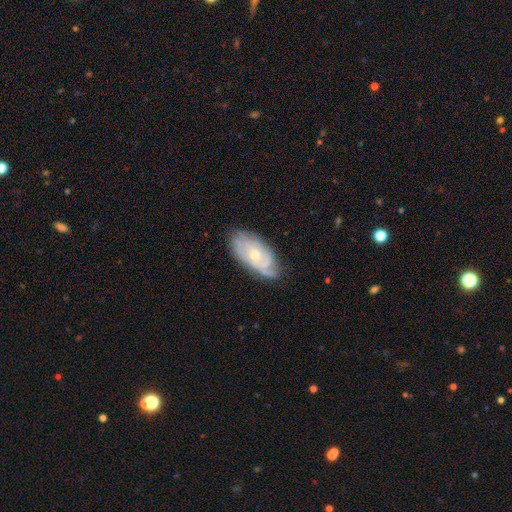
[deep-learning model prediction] A featured or disk galaxy (68%) with no bar (76%), tight (56%) spiral arms (83%) and a small central bulge (56%).

Vote fractions:
- Smooth or featured? featured or disk: 68% / smooth: 25% / star or artifact: 7%
- Edge-on disk? no: 92% / yes: 8%
- Bar? no: 76% / weak: 20% / strong: 3%
- Spiral arms? yes: 83% / no: 17%
- Spiral winding? tight: 56% / medium: 31% / loose: 13%
- Spiral arm count? can't tell: 47% / 2: 22% / 3: 15% / 1: 7% / 4: 6% / more than 4: 3%
- Bulge size? small: 56% / moderate: 41% / large: 1% / none: 1% / dominant: 1%
- Merging? none: 66% / minor disturbance: 25% / major disturbance: 7% / merger: 2%